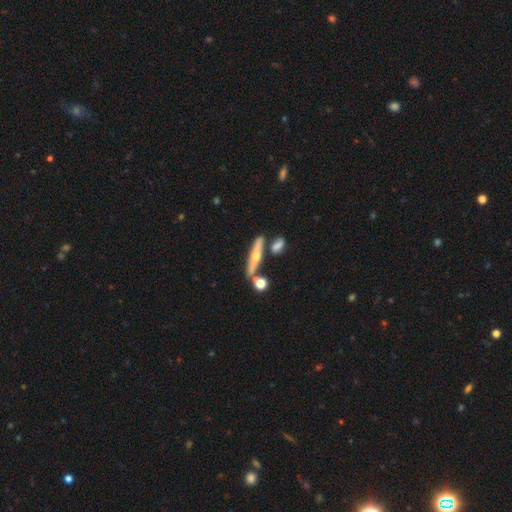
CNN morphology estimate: Smooth or featured: featured or disk — 62% (smooth — 31%)
Edge-on disk: yes — 89% (no — 11%)
Edge-on bulge: rounded — 93% (none — 5%)
Merging: none — 72% (merger — 12%)